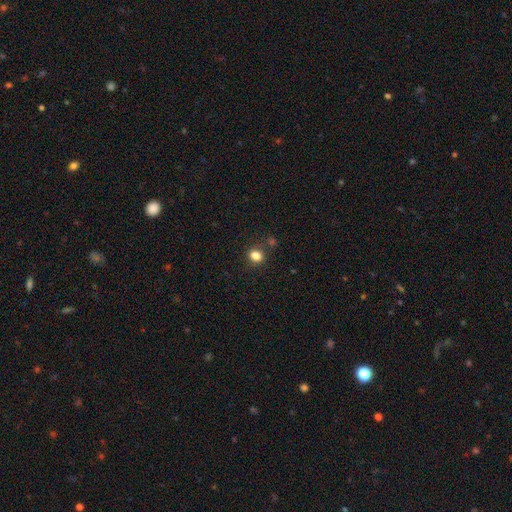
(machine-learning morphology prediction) The model was most divided on "how rounded": round: 60%, in between: 39%, cigar-shaped: 1%. More confident: smooth or featured — smooth (82%); merging — none (80%).